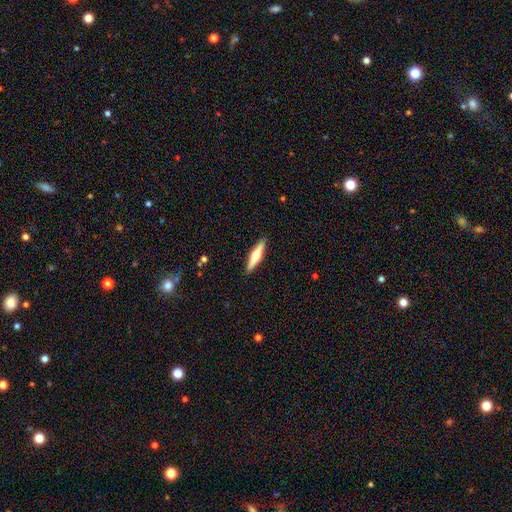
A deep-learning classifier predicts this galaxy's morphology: featured or disk 51%, smooth 44%, star or artifact 5%. Down the decision tree: edge-on disk — yes (96%); merging — none (91%).